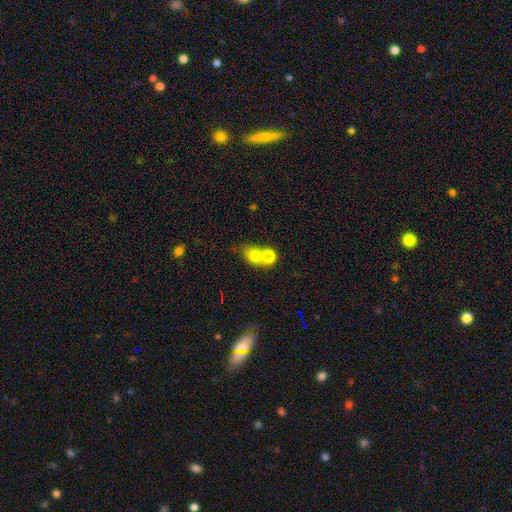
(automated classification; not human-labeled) A smooth galaxy with no disk features (76%) that is round (68%). Merging: merger (62%).